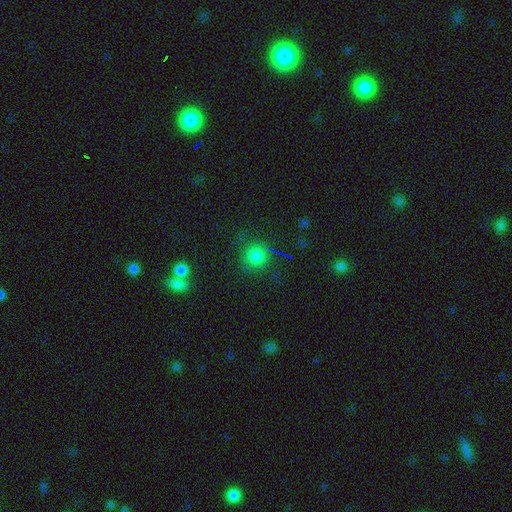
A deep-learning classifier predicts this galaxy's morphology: type=smooth (75%); roundness=round (91%); merging=none (79%).